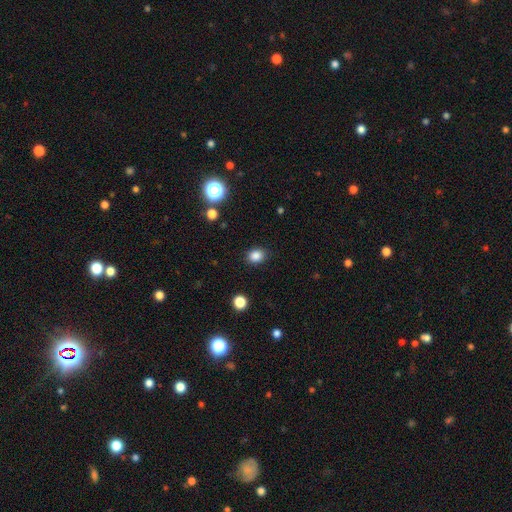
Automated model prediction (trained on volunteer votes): Q: Smooth or featured?
A: smooth (85%); runner-up: star or artifact (11%)
Q: How rounded?
A: round (55%); runner-up: in between (44%)
Q: Merging?
A: none (88%); runner-up: minor disturbance (8%)